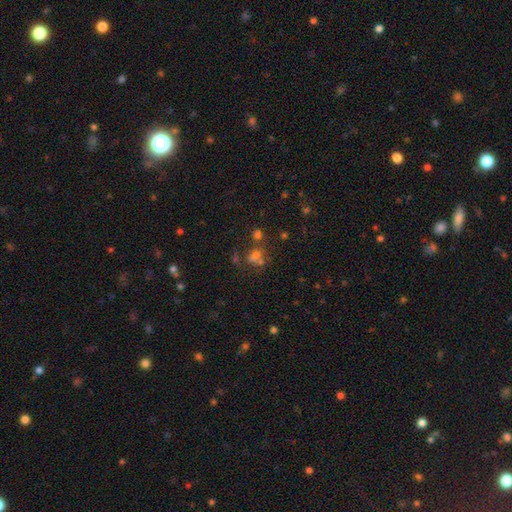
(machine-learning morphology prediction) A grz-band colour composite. It shows a smooth galaxy with no disk features (47%). Merging: none (51%).